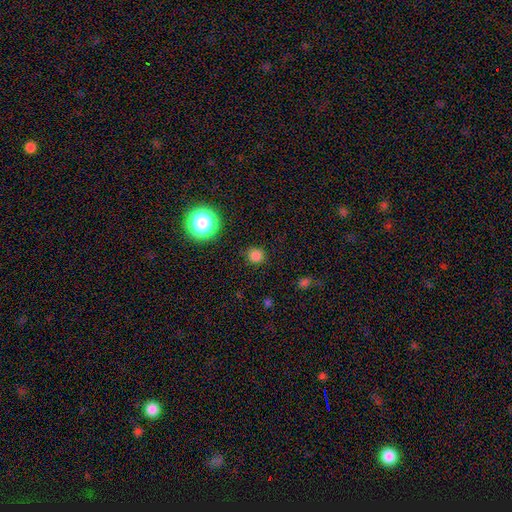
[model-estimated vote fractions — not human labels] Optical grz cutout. It shows a smooth galaxy with no disk features (79%) that is round (92%). Merging: none (88%).